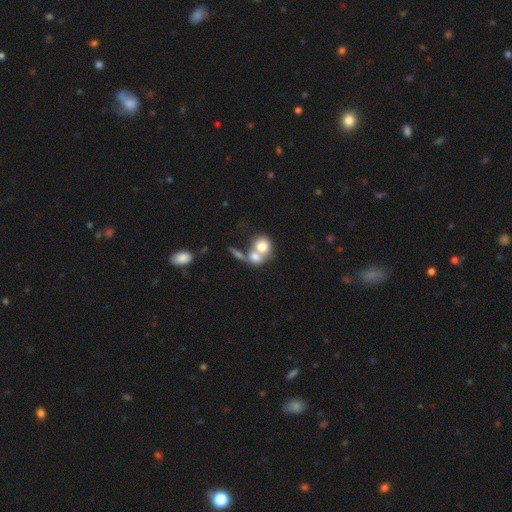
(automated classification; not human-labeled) Smooth or featured? smooth (71%)
How rounded? round (63%)
Merging? merger (66%)